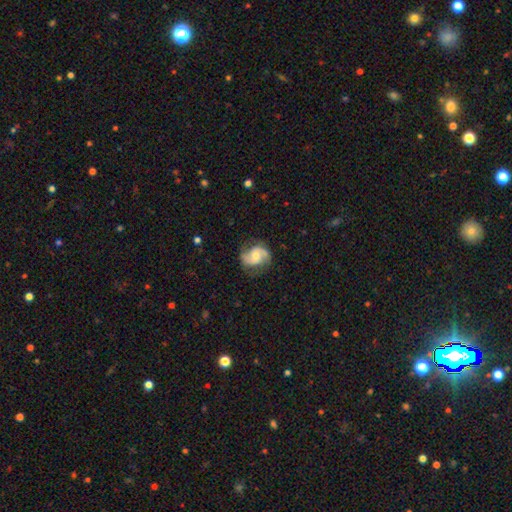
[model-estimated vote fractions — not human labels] A featured or disk galaxy (79%) with no bar (57%), 2 (90%) medium (49%) spiral arms (95%) and a moderate central bulge (51%).

Vote fractions:
- Smooth or featured? featured or disk: 79% / smooth: 15% / star or artifact: 6%
- Edge-on disk? no: 98% / yes: 2%
- Bar? no: 57% / weak: 34% / strong: 9%
- Spiral arms? yes: 95% / no: 5%
- Spiral winding? medium: 49% / loose: 29% / tight: 21%
- Spiral arm count? 2: 90% / can't tell: 4% / 1: 2% / 3: 2% / 4: 1% / more than 4: 1%
- Bulge size? moderate: 51% / small: 40% / large: 4% / none: 3% / dominant: 1%
- Merging? none: 74% / minor disturbance: 18% / major disturbance: 7% / merger: 1%